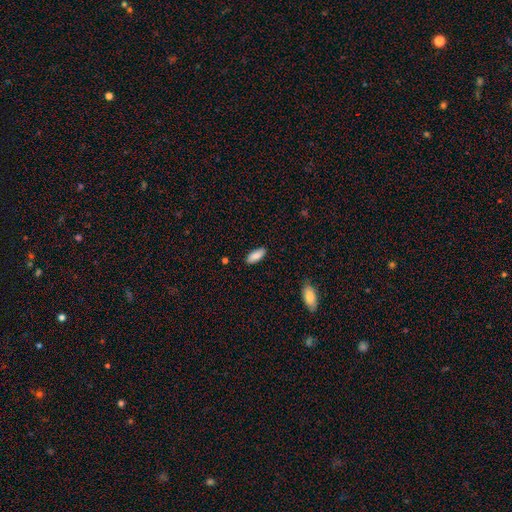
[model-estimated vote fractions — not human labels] Q: Smooth or featured?
A: smooth (86%); runner-up: featured or disk (8%)
Q: How rounded?
A: in between (80%); runner-up: cigar-shaped (18%)
Q: Merging?
A: none (87%); runner-up: minor disturbance (10%)